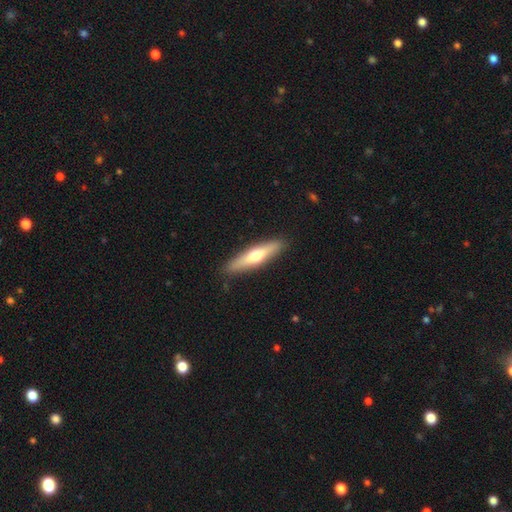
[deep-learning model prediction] The model was most divided on "smooth or featured": smooth: 50%, featured or disk: 44%, star or artifact: 5%. More confident: merging — none (89%); how rounded — cigar-shaped (80%).